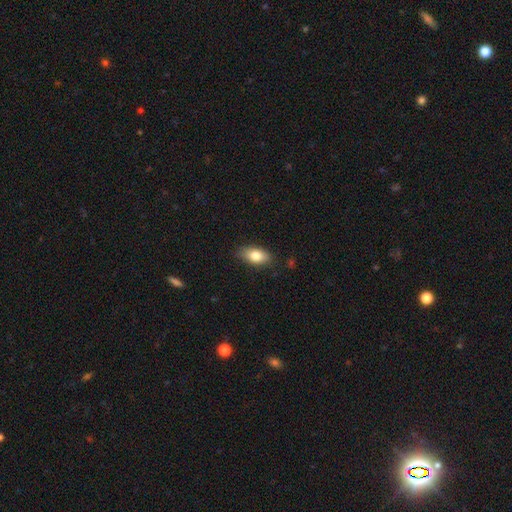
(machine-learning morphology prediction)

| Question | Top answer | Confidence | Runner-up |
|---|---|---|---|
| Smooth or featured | smooth | 80% | featured or disk (12%) |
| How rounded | in between | 88% | round (6%) |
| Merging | none | 83% | minor disturbance (14%) |